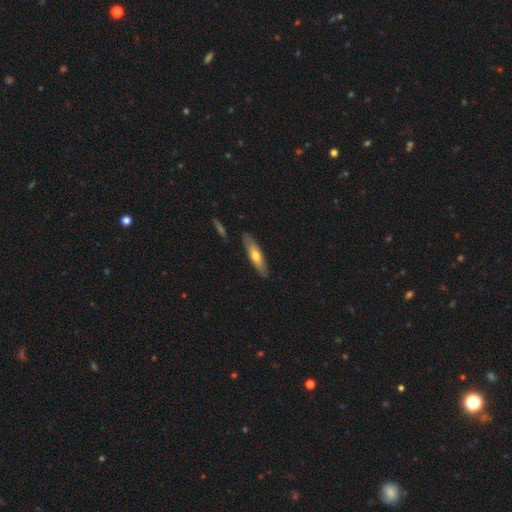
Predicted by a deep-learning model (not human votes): smooth 56%, featured or disk 38%, star or artifact 6%. Down the decision tree: how rounded — cigar-shaped (72%); merging — none (85%).